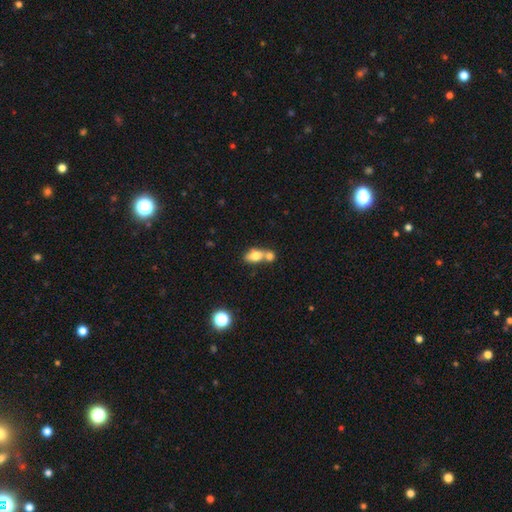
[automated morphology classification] A smooth galaxy with no disk features (74%) that is in between round and cigar-shaped (77%).

Vote fractions:
- Smooth or featured? smooth: 74% / featured or disk: 17% / star or artifact: 9%
- How rounded? in between: 77% / round: 19% / cigar-shaped: 4%
- Merging? merger: 60% / none: 28% / minor disturbance: 9% / major disturbance: 4%